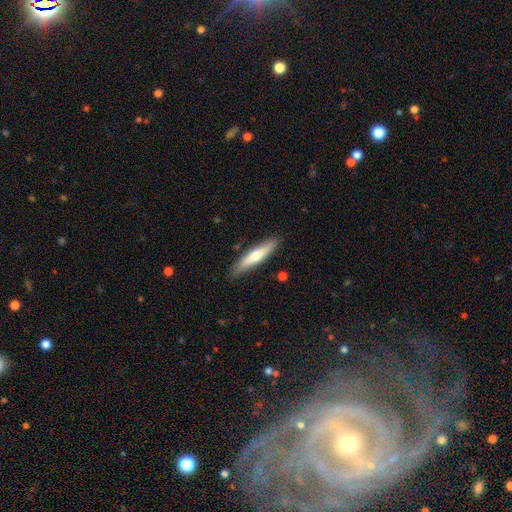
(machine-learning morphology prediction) Smooth or featured?
  - smooth: 58% *
  - featured or disk: 37%
  - star or artifact: 5%
How rounded?
  - cigar-shaped: 83% *
  - in between: 15%
  - round: 1%
Merging?
  - none: 87% *
  - minor disturbance: 10%
  - major disturbance: 2%
  - merger: 1%